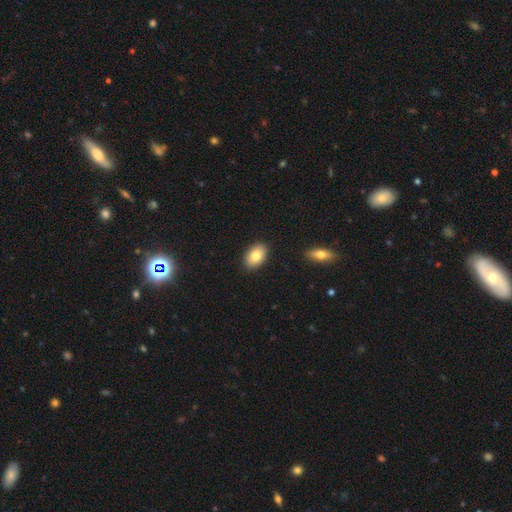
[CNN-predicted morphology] Q: Smooth or featured?
A: smooth (83%); runner-up: featured or disk (10%)
Q: How rounded?
A: in between (90%); runner-up: round (9%)
Q: Merging?
A: none (89%); runner-up: minor disturbance (8%)